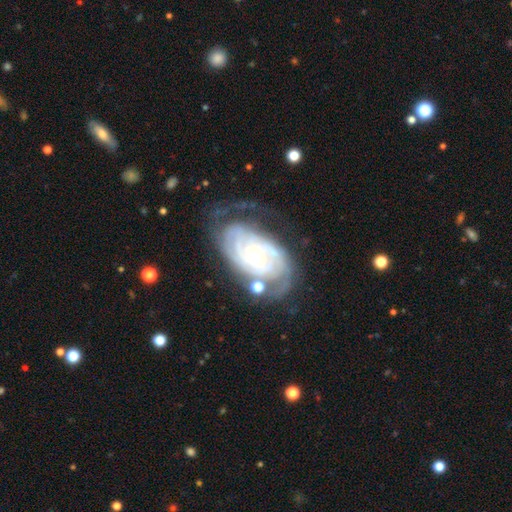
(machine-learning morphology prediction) This is clearly a featured or disk galaxy (87%). It is clearly not viewed edge-on (96%). Bar: likely no (75%). Spiral arm pattern: clearly yes (94%). Spiral arm count: marginally can't tell (36%). Spiral winding: likely tight (74%). Central bulge: possibly moderate (57%). Merging: possibly none (54%).